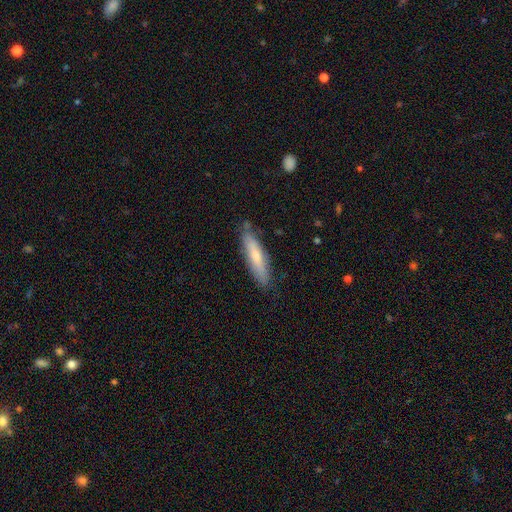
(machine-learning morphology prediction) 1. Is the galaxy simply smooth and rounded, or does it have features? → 61% smooth, 33% featured or disk, 6% star or artifact.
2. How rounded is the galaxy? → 77% cigar-shaped, 22% in between, 2% round.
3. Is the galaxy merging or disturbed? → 80% none, 15% minor disturbance, 3% major disturbance, 2% merger.